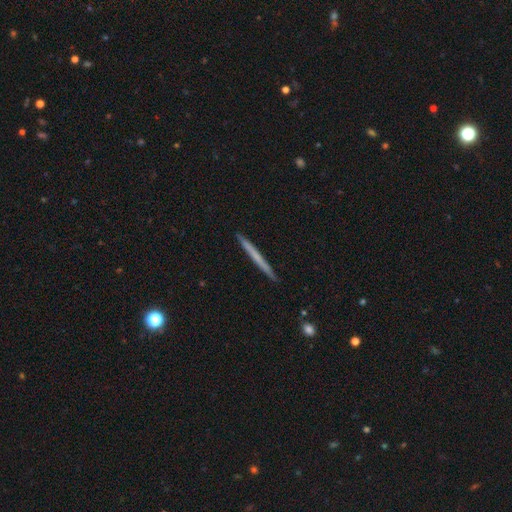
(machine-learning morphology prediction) smooth-or-featured: smooth: 53% | featured or disk: 42% | star or artifact: 5%
  how-rounded: cigar-shaped: 97% | in between: 2% | round: 1%
  merging: none: 92% | minor disturbance: 5% | major disturbance: 1% | merger: 1%